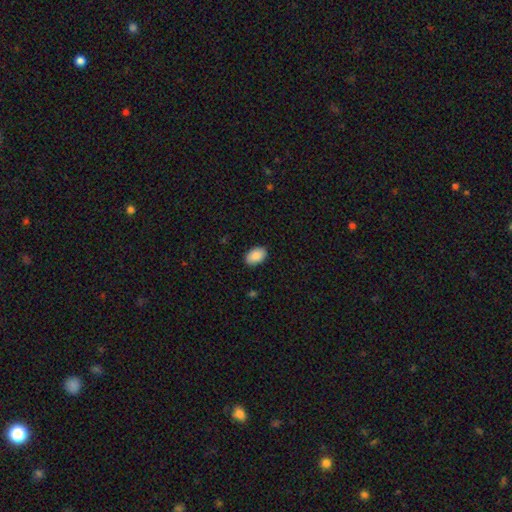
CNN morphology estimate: Smooth or featured? smooth (89%)
How rounded? in between (91%)
Merging? none (89%)